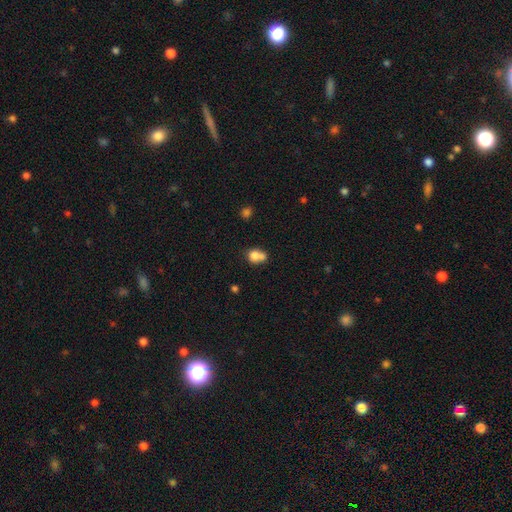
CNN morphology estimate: Smooth or featured? Predicted: smooth (p=0.76). How rounded? Predicted: round (p=0.56). Merging? Predicted: merger (p=0.49).